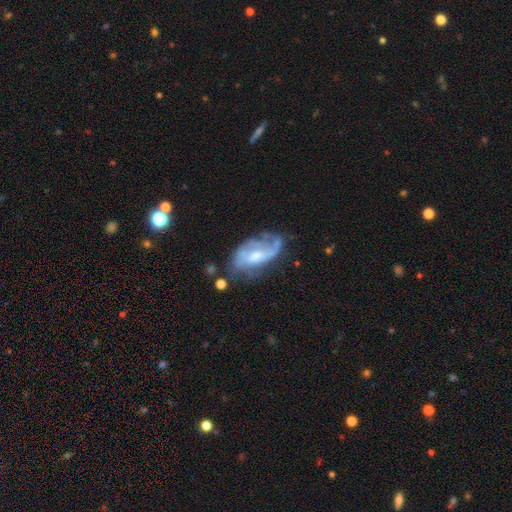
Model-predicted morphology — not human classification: A featured or disk galaxy (72%) with a weak bar (43%, tied with no), 2 (42%) medium (39%) spiral arms (81%) and a moderate central bulge (48%).

Vote fractions:
- Smooth or featured? featured or disk: 72% / smooth: 21% / star or artifact: 7%
- Edge-on disk? no: 94% / yes: 6%
- Bar? weak: 43% (tied) / no: 43% (tied) / strong: 14%
- Spiral arms? yes: 81% / no: 19%
- Spiral winding? medium: 39% / loose: 35% / tight: 26%
- Spiral arm count? 2: 42% / can't tell: 26% / 1: 23% / 3: 6% / 4: 2% / more than 4: 2%
- Bulge size? moderate: 48% / small: 36% / none: 8% / large: 6% / dominant: 1%
- Merging? none: 49% / minor disturbance: 27% / major disturbance: 20% / merger: 5%